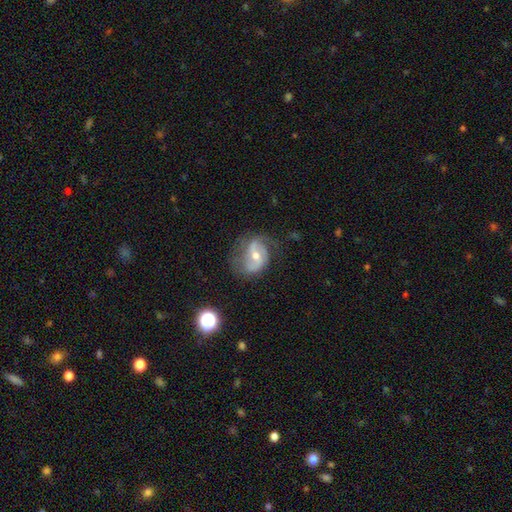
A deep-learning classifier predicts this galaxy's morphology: Smooth or featured?
  - featured or disk: 81% *
  - smooth: 12%
  - star or artifact: 7%
Edge-on disk?
  - no: 97% *
  - yes: 3%
Bar?
  - weak: 46% *
  - no: 30%
  - strong: 24%
Spiral arms?
  - yes: 92% *
  - no: 8%
Spiral winding?
  - medium: 45% *
  - loose: 38%
  - tight: 17%
Spiral arm count?
  - 2: 82% *
  - can't tell: 7%
  - 1: 6%
  - 3: 3%
  - 4: 1%
  - more than 4: 1%
Bulge size?
  - moderate: 63% *
  - small: 33%
  - large: 3%
  - none: 1%
  - dominant: 1%
Merging?
  - none: 61% *
  - minor disturbance: 23%
  - major disturbance: 15%
  - merger: 2%